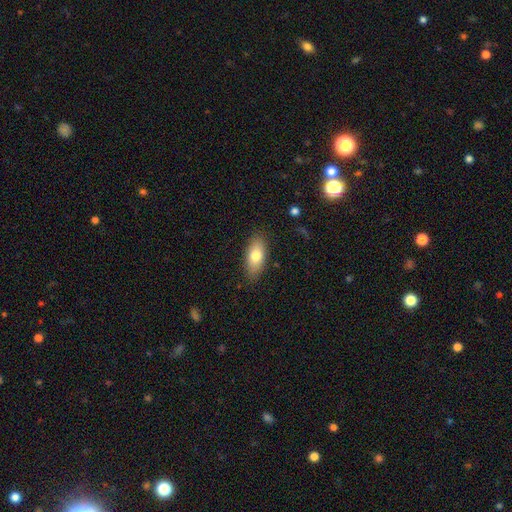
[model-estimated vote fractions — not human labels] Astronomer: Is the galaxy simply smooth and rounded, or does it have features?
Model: smooth — 76%.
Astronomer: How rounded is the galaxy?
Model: in between — 86%.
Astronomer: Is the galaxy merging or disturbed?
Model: none — 84%.